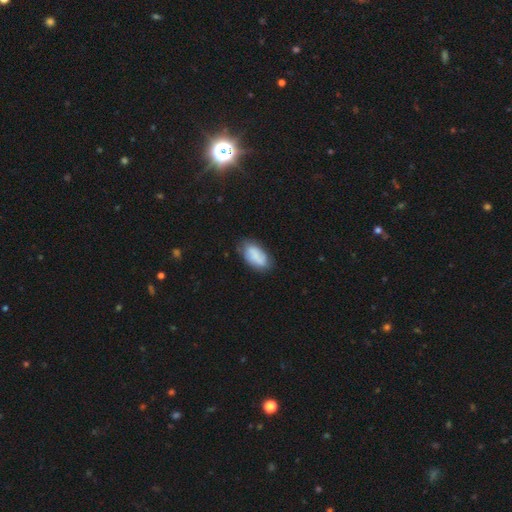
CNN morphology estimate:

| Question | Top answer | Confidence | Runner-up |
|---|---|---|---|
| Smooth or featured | smooth | 77% | featured or disk (16%) |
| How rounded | in between | 94% | round (3%) |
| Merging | none | 68% | minor disturbance (24%) |